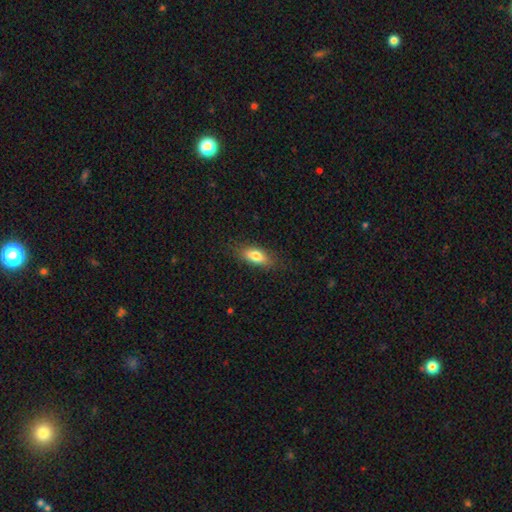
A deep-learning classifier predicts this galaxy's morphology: This appears to be a smooth galaxy with no disk features (77%) that is in between round and cigar-shaped (77%). Merging: none (82%).